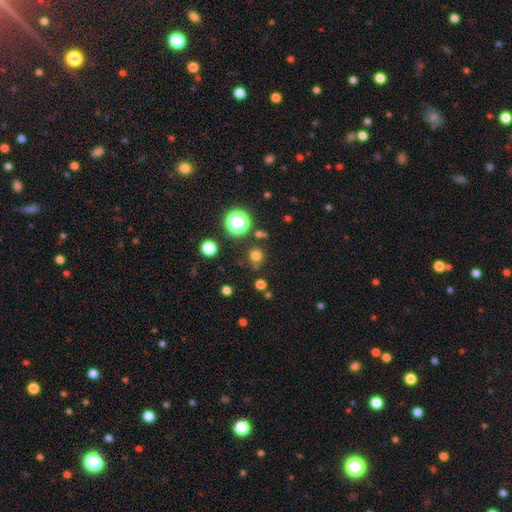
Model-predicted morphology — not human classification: Smooth or featured?
  - smooth: 72% *
  - star or artifact: 23%
  - featured or disk: 6%
How rounded?
  - round: 93% *
  - in between: 6%
  - cigar-shaped: 1%
Merging?
  - none: 83% *
  - minor disturbance: 8%
  - merger: 6%
  - major disturbance: 3%